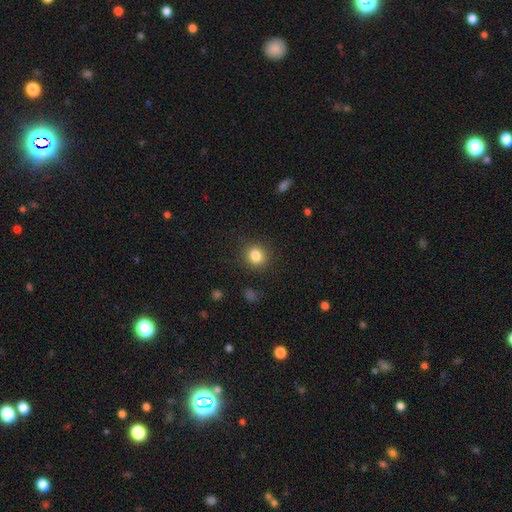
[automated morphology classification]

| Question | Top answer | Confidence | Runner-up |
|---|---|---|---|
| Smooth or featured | smooth | 84% | star or artifact (11%) |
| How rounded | round | 83% | in between (17%) |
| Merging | none | 89% | minor disturbance (7%) |